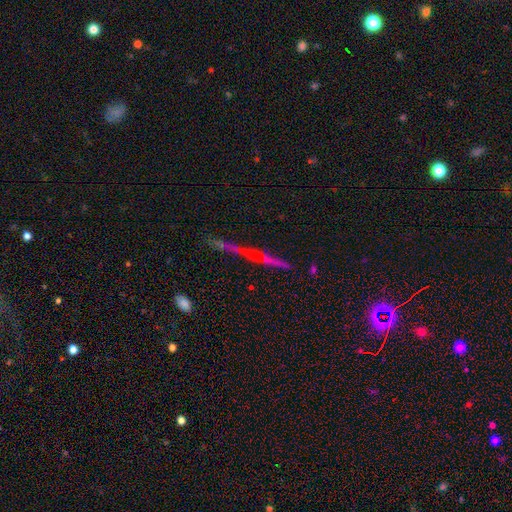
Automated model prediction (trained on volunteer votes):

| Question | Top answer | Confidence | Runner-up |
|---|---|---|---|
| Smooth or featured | star or artifact | 48% | featured or disk (33%) |